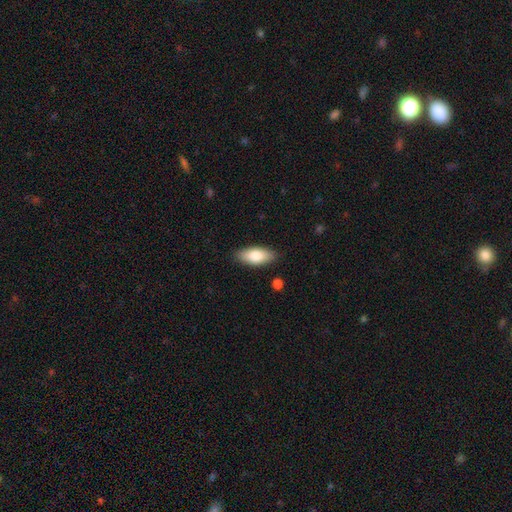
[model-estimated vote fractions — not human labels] Smooth or featured? Predicted: smooth (p=0.80). How rounded? Predicted: in between (p=0.83). Merging? Predicted: none (p=0.87).